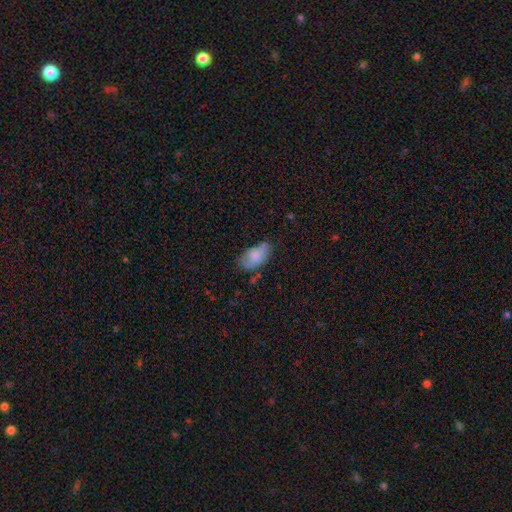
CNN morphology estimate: Smooth or featured? Predicted: smooth (p=0.72). How rounded? Predicted: in between (p=0.93). Merging? Predicted: none (p=0.47).